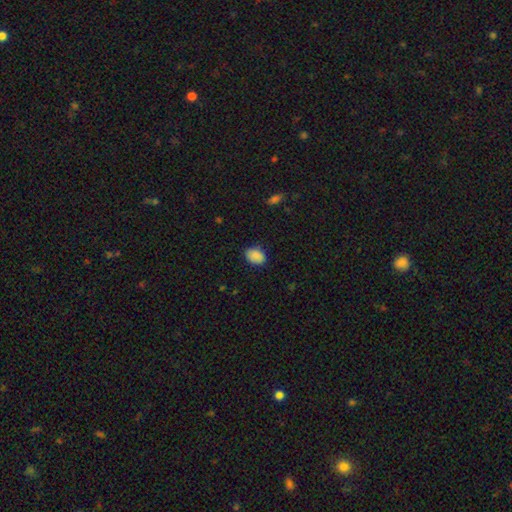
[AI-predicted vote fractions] The model was most divided on "how rounded": in between: 69%, round: 30%, cigar-shaped: 1%. More confident: smooth or featured — smooth (89%); merging — none (83%).